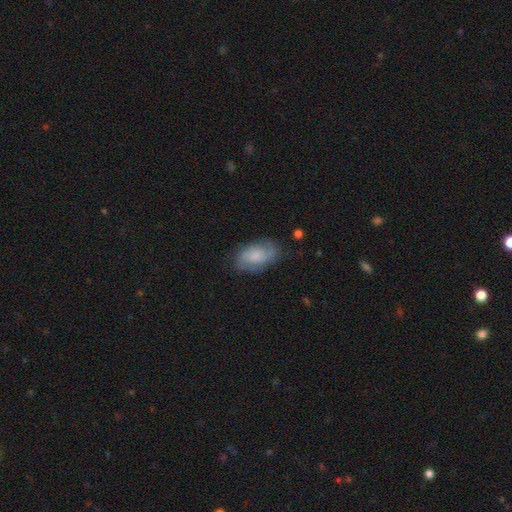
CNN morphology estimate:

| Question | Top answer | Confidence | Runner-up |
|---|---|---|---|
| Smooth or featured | featured or disk | 47% | smooth (46%) |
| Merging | none | 67% | minor disturbance (23%) |